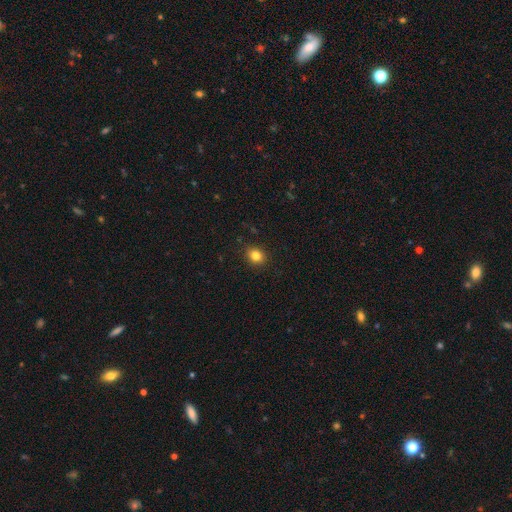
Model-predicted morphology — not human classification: Q: Smooth or featured?
A: smooth (83%); runner-up: star or artifact (11%)
Q: How rounded?
A: round (62%); runner-up: in between (37%)
Q: Merging?
A: none (89%); runner-up: minor disturbance (8%)